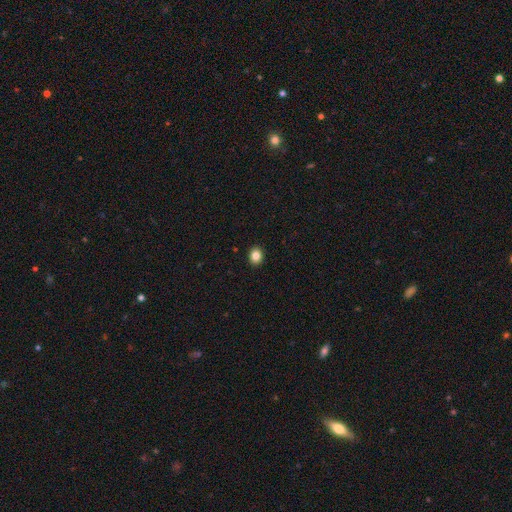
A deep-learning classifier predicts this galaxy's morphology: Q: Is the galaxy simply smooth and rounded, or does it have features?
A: smooth — 85%.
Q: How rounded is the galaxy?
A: round — 61%.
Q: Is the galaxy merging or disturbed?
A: none — 92%.